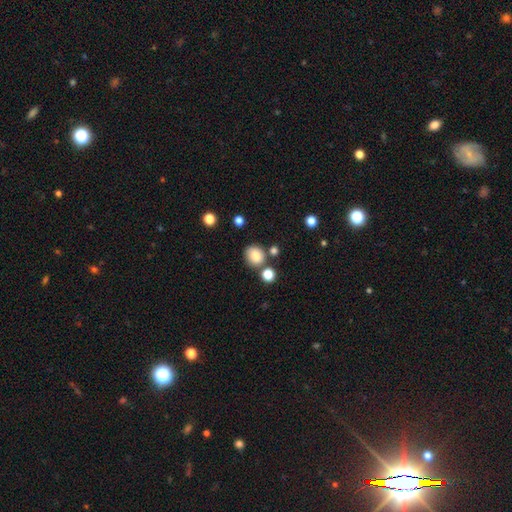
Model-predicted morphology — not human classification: A smooth galaxy with no disk features (81%) that is round (74%).

Vote fractions:
- Smooth or featured? smooth: 81% / star or artifact: 11% / featured or disk: 8%
- How rounded? round: 74% / in between: 25% / cigar-shaped: 1%
- Merging? none: 74% / minor disturbance: 11% / merger: 11% / major disturbance: 4%